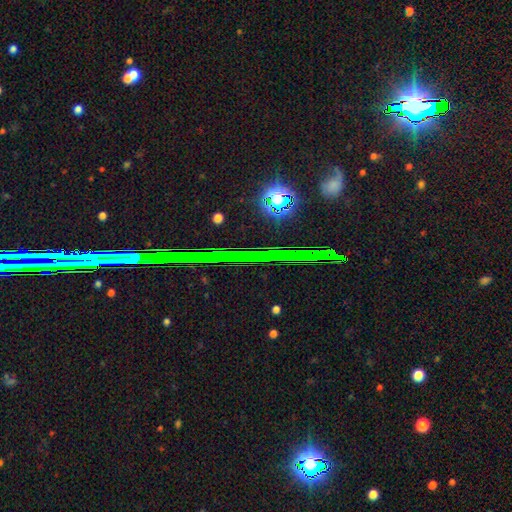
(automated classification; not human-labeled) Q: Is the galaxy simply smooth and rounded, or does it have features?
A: star or artifact — 78%.